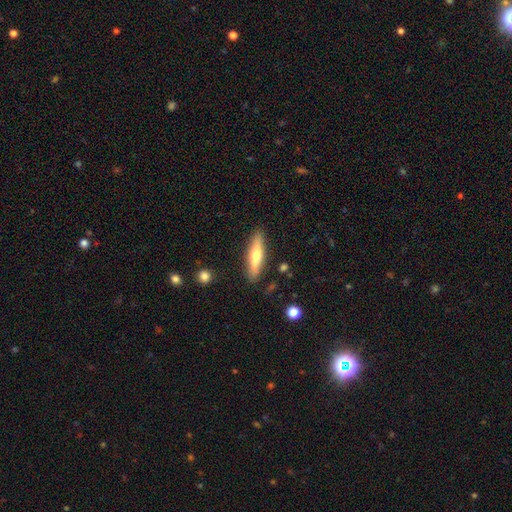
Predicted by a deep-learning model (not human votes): Smooth or featured: smooth — 57% (featured or disk — 37%)
How rounded: cigar-shaped — 77% (in between — 21%)
Merging: none — 87% (minor disturbance — 9%)